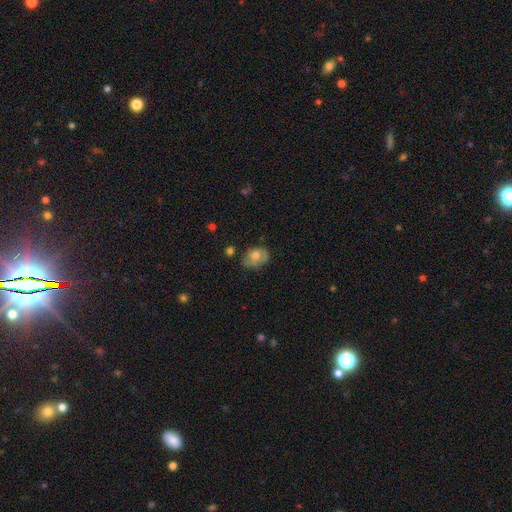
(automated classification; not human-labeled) The model was most divided on "merging": none: 49%, minor disturbance: 34%, major disturbance: 13%, merger: 4%. More confident: how rounded — in between (67%); smooth or featured — smooth (66%).